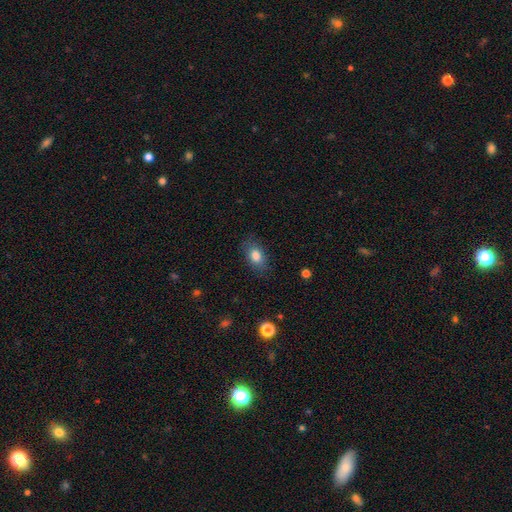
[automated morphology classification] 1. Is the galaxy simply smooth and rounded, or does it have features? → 82% smooth, 10% featured or disk, 8% star or artifact.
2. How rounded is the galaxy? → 84% in between, 13% round, 3% cigar-shaped.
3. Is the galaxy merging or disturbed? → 81% none, 14% minor disturbance, 4% major disturbance, 1% merger.